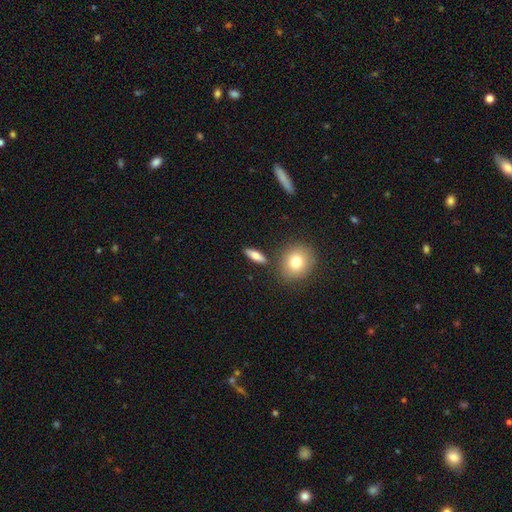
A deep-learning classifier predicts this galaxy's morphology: Smooth or featured: smooth — 75% (featured or disk — 17%)
How rounded: in between — 46% (cigar-shaped — 44%)
Merging: none — 84% (minor disturbance — 9%)